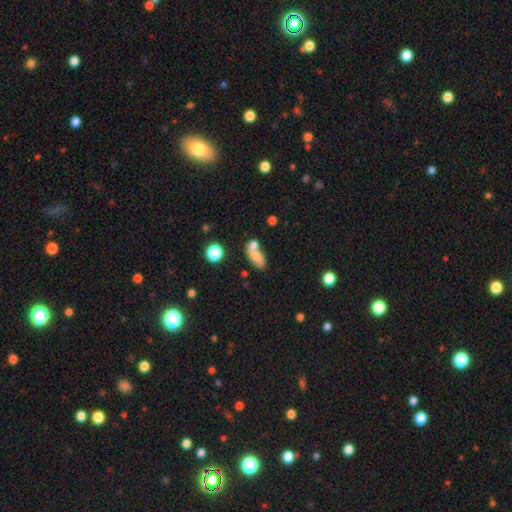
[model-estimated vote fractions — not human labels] smooth_or_featured: smooth (p=0.69) [alt: featured or disk p=0.20]
how_rounded: in between (p=0.79) [alt: cigar-shaped p=0.11]
merging: merger (p=0.40) [alt: none p=0.39]